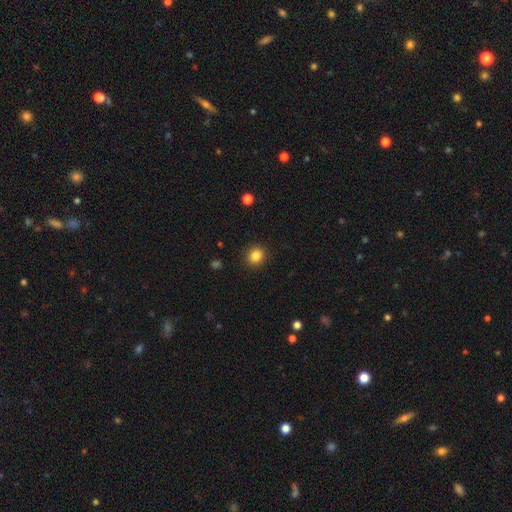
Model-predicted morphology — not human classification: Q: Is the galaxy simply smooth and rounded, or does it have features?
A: smooth — 85%.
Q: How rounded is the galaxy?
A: round — 79%.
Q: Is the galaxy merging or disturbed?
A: none — 90%.